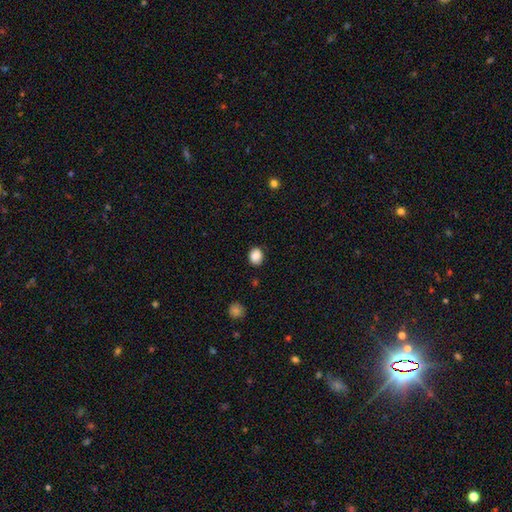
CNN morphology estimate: A smooth galaxy with no disk features (87%) that is round (55%). Merging: none (85%).